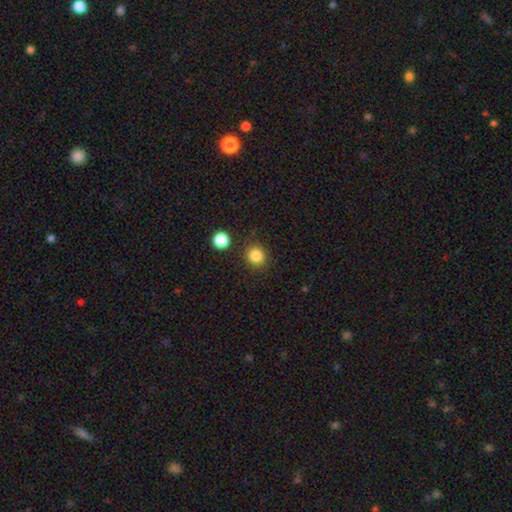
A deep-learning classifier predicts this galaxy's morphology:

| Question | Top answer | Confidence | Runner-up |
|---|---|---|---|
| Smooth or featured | smooth | 84% | star or artifact (11%) |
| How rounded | round | 89% | in between (11%) |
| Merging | none | 86% | minor disturbance (8%) |